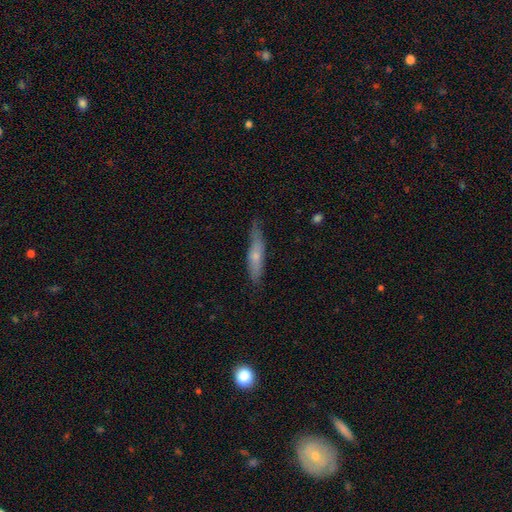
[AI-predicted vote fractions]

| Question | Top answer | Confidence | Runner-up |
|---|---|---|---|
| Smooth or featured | smooth | 55% | featured or disk (38%) |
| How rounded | cigar-shaped | 83% | in between (15%) |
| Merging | none | 74% | minor disturbance (21%) |